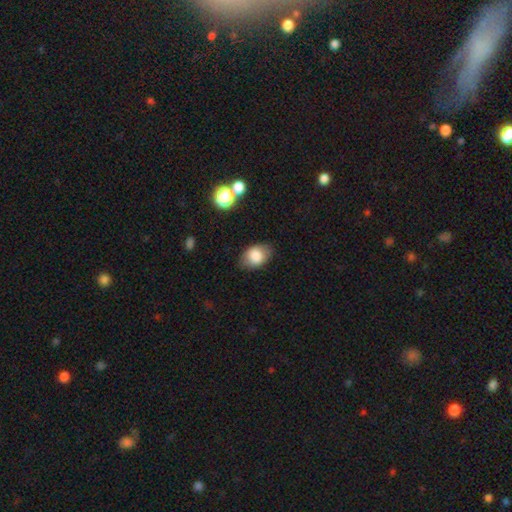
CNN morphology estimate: smooth-or-featured: smooth: 81% | featured or disk: 11% | star or artifact: 8%
  how-rounded: in between: 78% | round: 20% | cigar-shaped: 1%
  merging: none: 77% | minor disturbance: 16% | major disturbance: 4% | merger: 2%